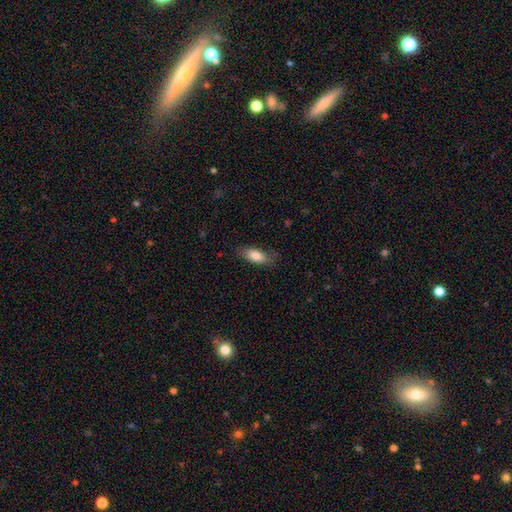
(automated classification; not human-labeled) Smooth or featured? smooth (82%)
How rounded? in between (82%)
Merging? none (80%)